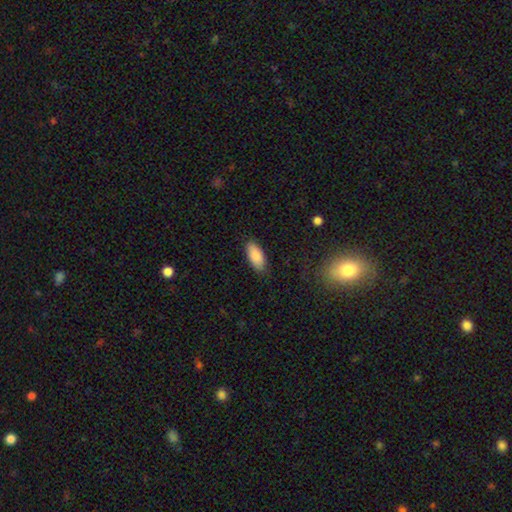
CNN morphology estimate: Smooth or featured? smooth (87%)
How rounded? in between (89%)
Merging? none (85%)